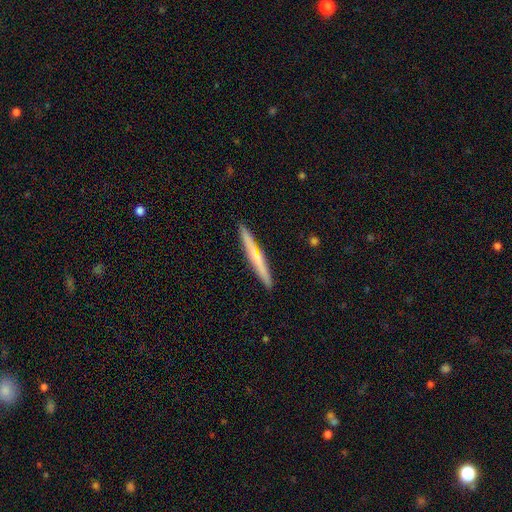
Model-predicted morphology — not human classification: Smooth or featured?
  - smooth: 51% *
  - featured or disk: 43%
  - star or artifact: 6%
How rounded?
  - cigar-shaped: 96% *
  - in between: 2%
  - round: 1%
Merging?
  - none: 91% *
  - minor disturbance: 6%
  - merger: 2%
  - major disturbance: 1%